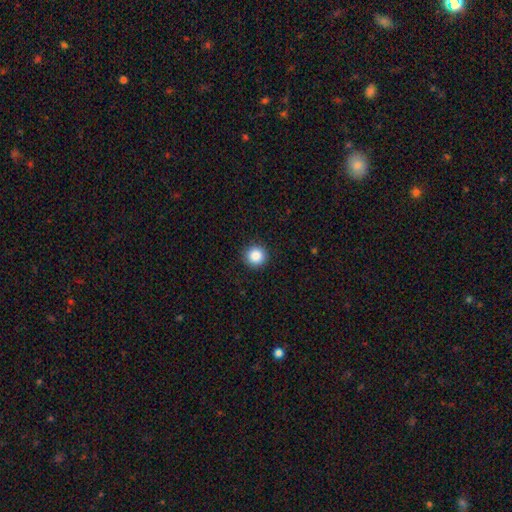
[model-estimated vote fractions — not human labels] smooth 87%, star or artifact 9%, featured or disk 3%. Down the decision tree: how rounded — round (96%); merging — none (92%).